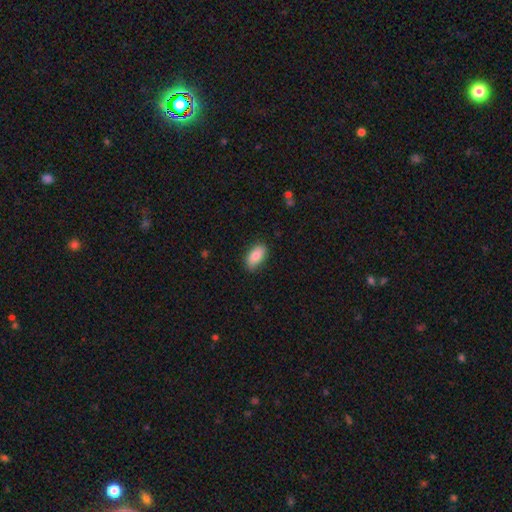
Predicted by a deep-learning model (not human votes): Smooth or featured?
  - smooth: 82% *
  - featured or disk: 12%
  - star or artifact: 7%
How rounded?
  - in between: 92% *
  - round: 4%
  - cigar-shaped: 3%
Merging?
  - none: 82% *
  - minor disturbance: 14%
  - major disturbance: 2%
  - merger: 1%